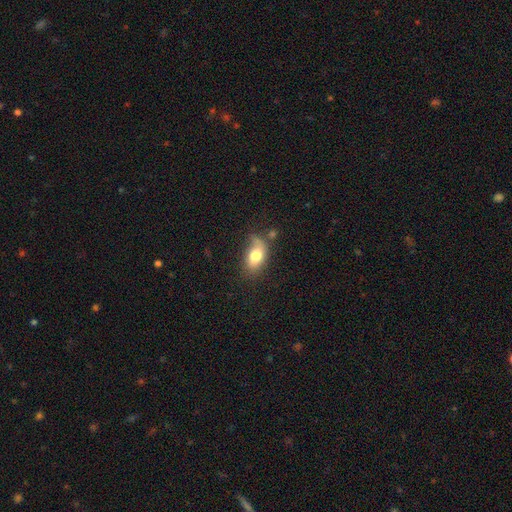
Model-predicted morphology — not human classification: This is likely a smooth galaxy (74%). How rounded: clearly in between (88%). Merging: possibly none (46%).